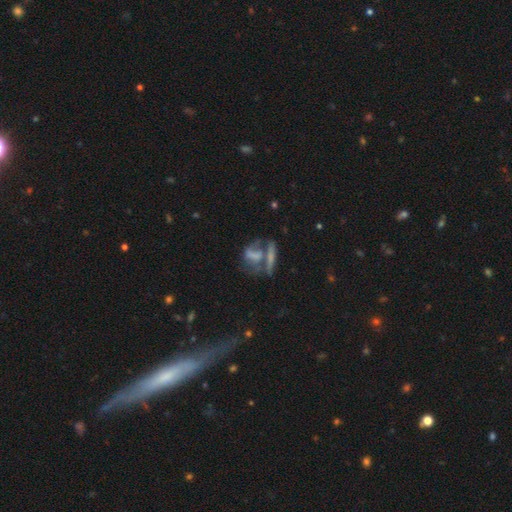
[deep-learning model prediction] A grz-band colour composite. It shows a featured or disk galaxy (44%). Merging: merger (43%).